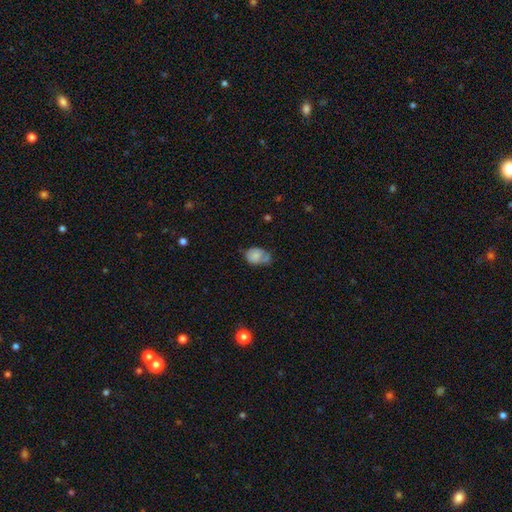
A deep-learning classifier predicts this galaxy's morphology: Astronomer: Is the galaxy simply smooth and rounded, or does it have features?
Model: smooth — 73%.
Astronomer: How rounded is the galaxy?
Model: in between — 63%.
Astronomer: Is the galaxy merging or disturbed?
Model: none — 35% (runner-up: minor disturbance, 31%).